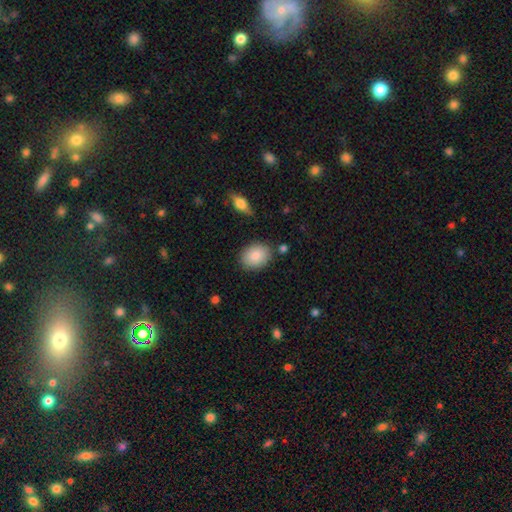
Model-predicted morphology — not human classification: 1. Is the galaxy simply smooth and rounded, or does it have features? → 85% smooth, 8% featured or disk, 7% star or artifact.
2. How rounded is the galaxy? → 68% in between, 31% round, 1% cigar-shaped.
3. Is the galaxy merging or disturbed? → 82% none, 12% minor disturbance, 3% merger, 3% major disturbance.